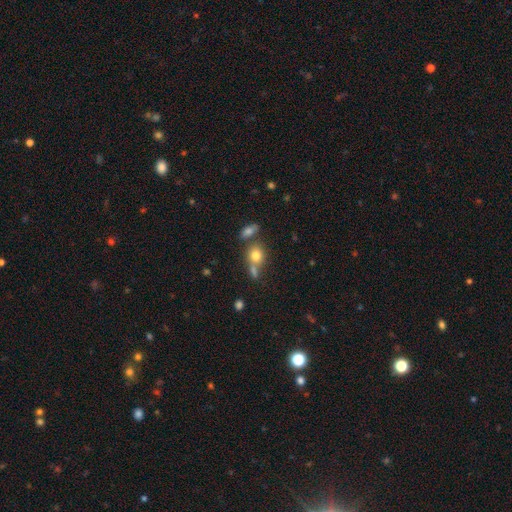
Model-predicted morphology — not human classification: Overall: smooth (77%). How rounded: round (64%; in between 33%). Merging: none (50%; merger 31%).